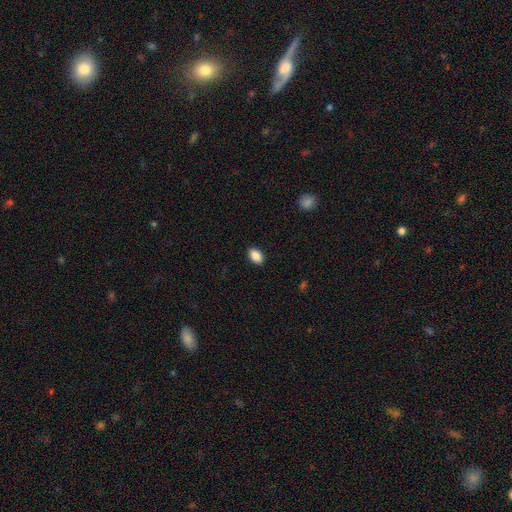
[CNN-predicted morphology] Smooth or featured: smooth — 88% (star or artifact — 8%)
How rounded: in between — 90% (round — 8%)
Merging: none — 89% (minor disturbance — 8%)